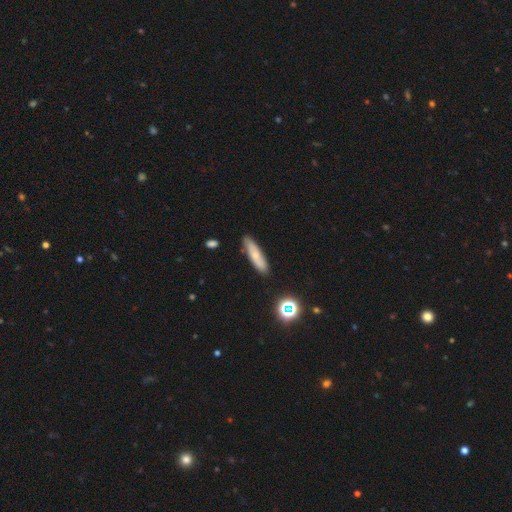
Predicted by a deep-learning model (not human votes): Q: Smooth or featured?
A: smooth (59%); runner-up: featured or disk (33%)
Q: How rounded?
A: cigar-shaped (68%); runner-up: in between (30%)
Q: Merging?
A: none (83%); runner-up: minor disturbance (13%)